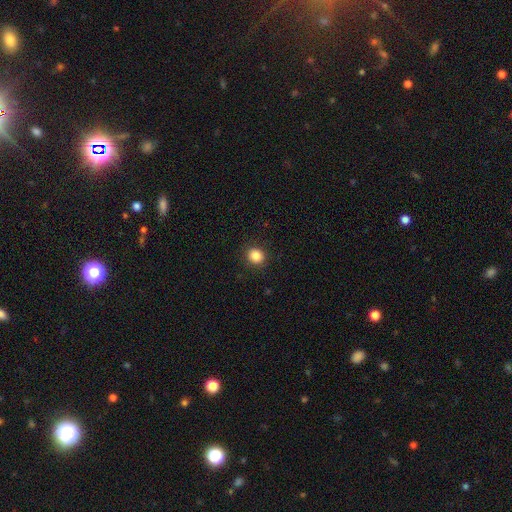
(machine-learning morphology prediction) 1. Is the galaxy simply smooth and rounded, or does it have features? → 85% smooth, 11% star or artifact, 4% featured or disk.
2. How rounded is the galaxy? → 84% round, 15% in between, 1% cigar-shaped.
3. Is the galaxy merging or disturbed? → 91% none, 6% minor disturbance, 2% major disturbance, 1% merger.